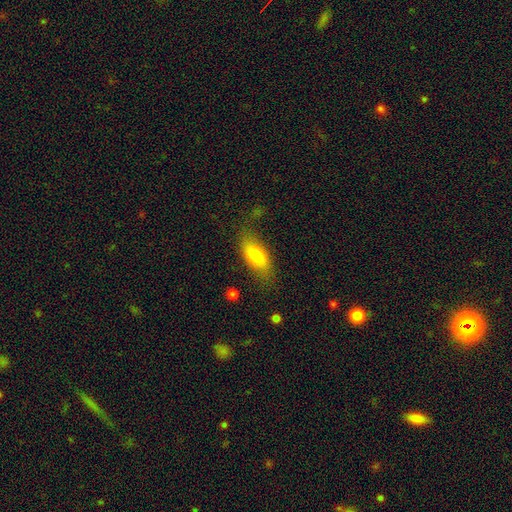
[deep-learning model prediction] Smooth or featured? Predicted: smooth (p=0.74). How rounded? Predicted: in between (p=0.85). Merging? Predicted: none (p=0.66).